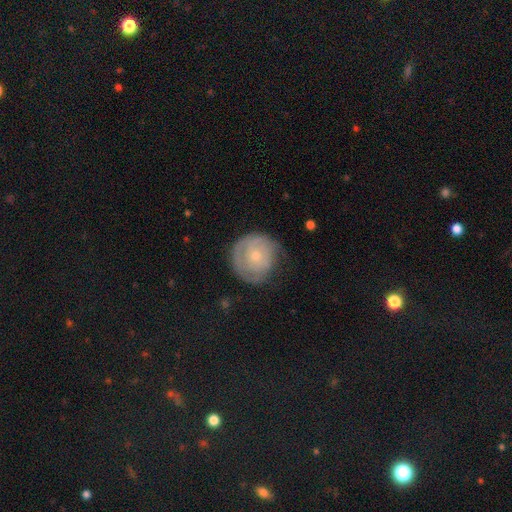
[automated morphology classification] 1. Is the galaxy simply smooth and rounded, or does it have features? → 52% featured or disk, 42% smooth, 6% star or artifact.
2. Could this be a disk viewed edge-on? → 97% no, 3% yes.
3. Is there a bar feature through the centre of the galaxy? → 84% no, 14% weak, 2% strong.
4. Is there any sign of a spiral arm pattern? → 68% yes, 32% no.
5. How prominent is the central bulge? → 56% small, 39% moderate, 2% large, 2% none, 1% dominant.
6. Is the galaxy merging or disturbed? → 64% none, 26% minor disturbance, 9% major disturbance, 1% merger.